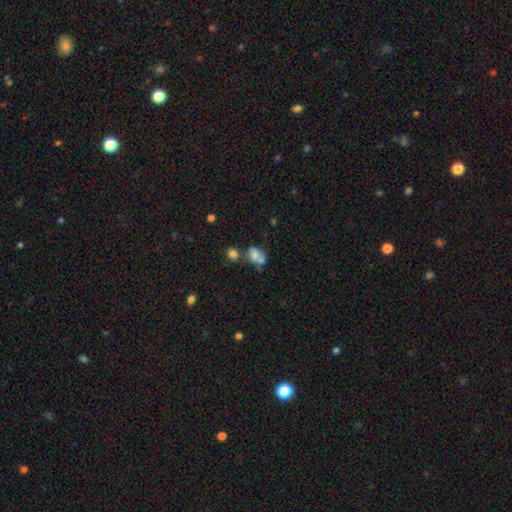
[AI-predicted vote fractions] This is likely a smooth galaxy (64%). How rounded: likely in between (60%). Merging: possibly merger (46%).